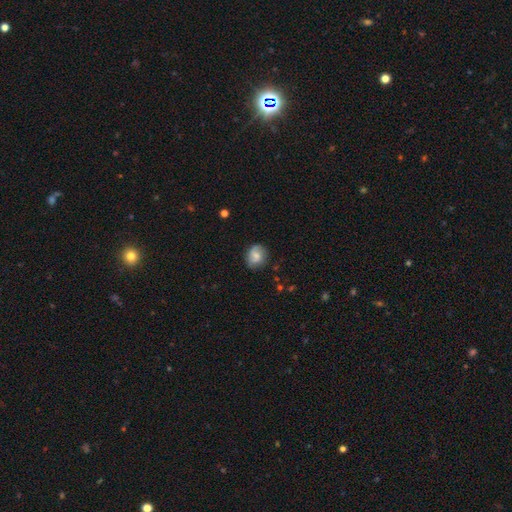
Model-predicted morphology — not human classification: Smooth or featured? Predicted: smooth (p=0.67). How rounded? Predicted: round (p=0.70). Merging? Predicted: none (p=0.75).